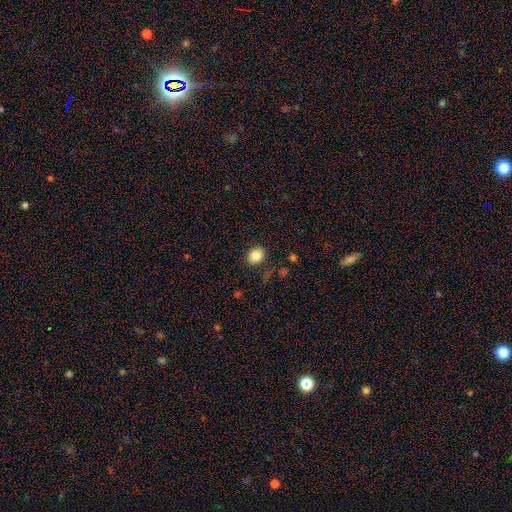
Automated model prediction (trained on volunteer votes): smooth_or_featured: smooth (p=0.84) [alt: star or artifact p=0.10]
how_rounded: round (p=0.62) [alt: in between p=0.37]
merging: none (p=0.87) [alt: minor disturbance p=0.09]